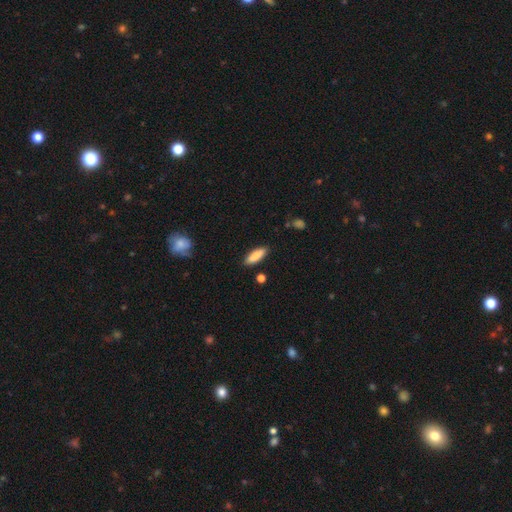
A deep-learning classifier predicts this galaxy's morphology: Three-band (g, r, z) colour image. It shows a smooth galaxy with no disk features (84%) that is in between round and cigar-shaped (52%). Merging: none (87%).